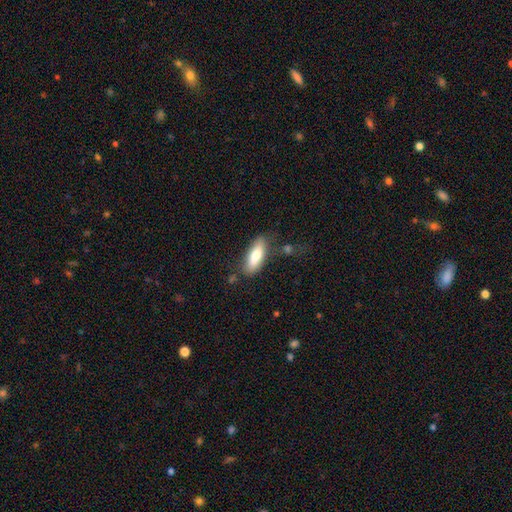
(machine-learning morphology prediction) smooth 78%, featured or disk 16%, star or artifact 6%. Down the decision tree: how rounded — in between (67%); merging — none (69%).